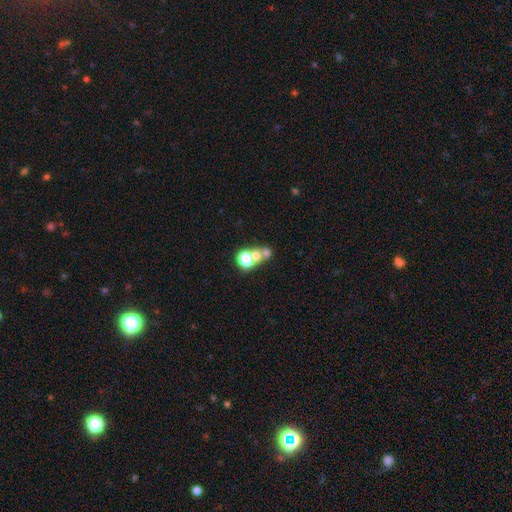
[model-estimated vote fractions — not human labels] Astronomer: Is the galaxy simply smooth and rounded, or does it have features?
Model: smooth — 58%.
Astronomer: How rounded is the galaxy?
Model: round — 73%.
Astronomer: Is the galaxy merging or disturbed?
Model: merger — 52% (runner-up: none, 36%).